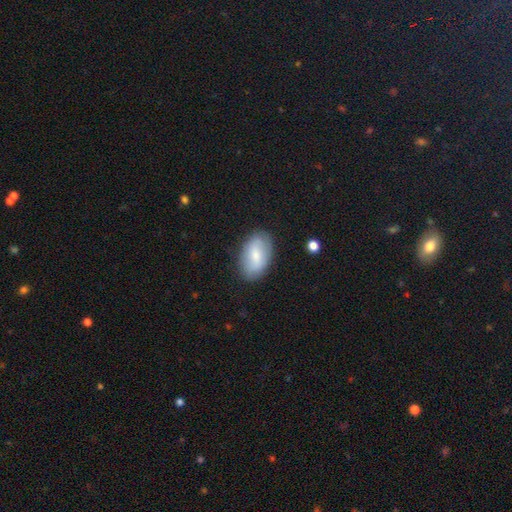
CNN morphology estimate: The model was most divided on "smooth or featured": smooth: 65%, featured or disk: 29%, star or artifact: 6%. More confident: how rounded — in between (92%); merging — none (82%).